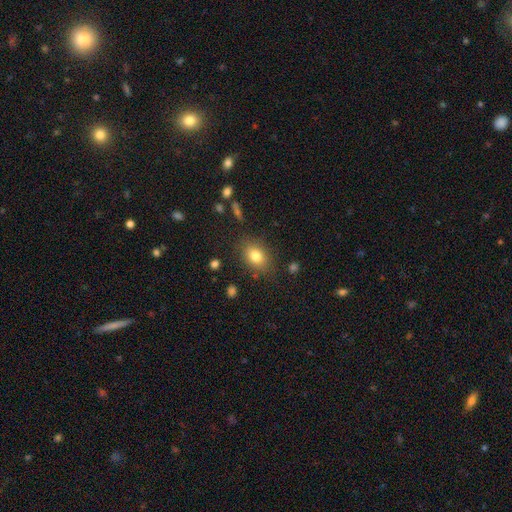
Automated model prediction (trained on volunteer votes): Morphology: type=smooth (80%); roundness=in between (75%); merging=none (81%).